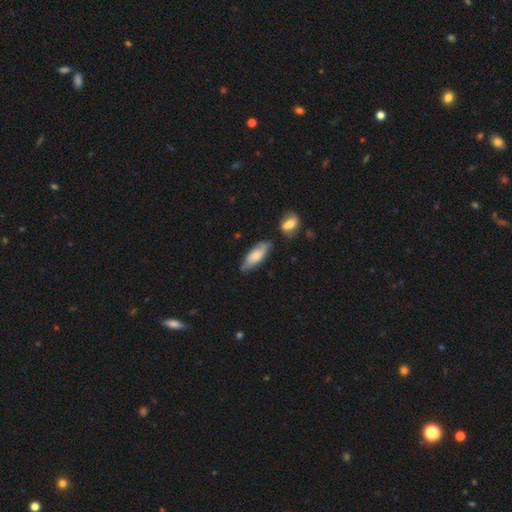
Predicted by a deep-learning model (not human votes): Smooth or featured?
  - smooth: 65% *
  - featured or disk: 28%
  - star or artifact: 6%
How rounded?
  - in between: 65% *
  - cigar-shaped: 33%
  - round: 2%
Merging?
  - none: 66% *
  - minor disturbance: 23%
  - merger: 7%
  - major disturbance: 5%